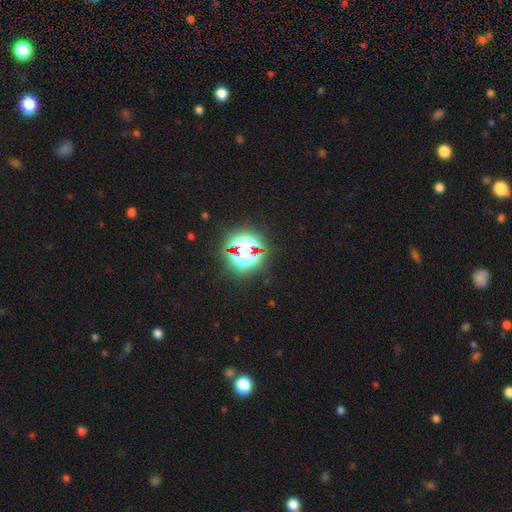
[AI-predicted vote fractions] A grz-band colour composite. It shows a star or artifact, not a galaxy (81%).